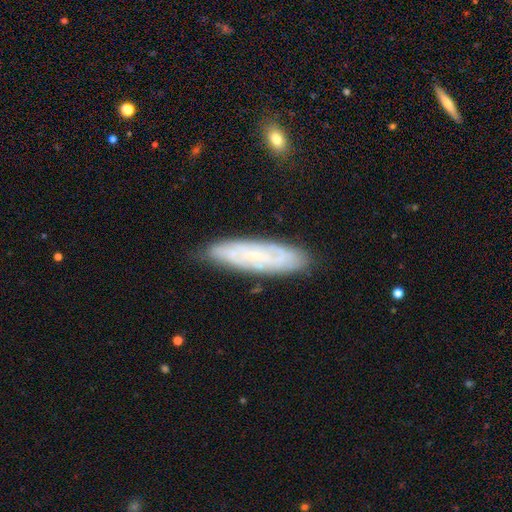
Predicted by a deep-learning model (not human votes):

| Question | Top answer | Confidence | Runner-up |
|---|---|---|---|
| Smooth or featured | featured or disk | 64% | smooth (29%) |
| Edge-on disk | no | 76% | yes (24%) |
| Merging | none | 80% | minor disturbance (16%) |